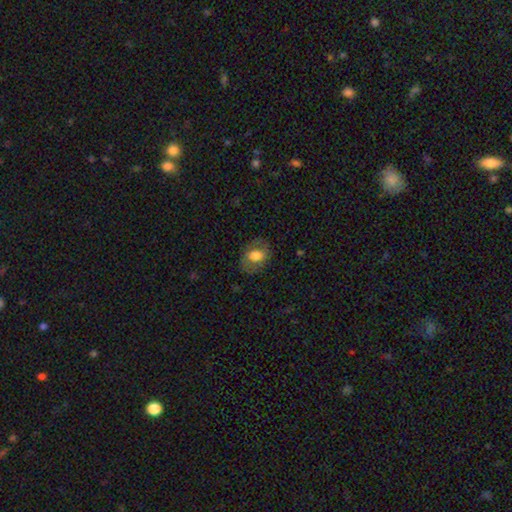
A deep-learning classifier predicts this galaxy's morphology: smooth 68%, featured or disk 24%, star or artifact 8%. Down the decision tree: how rounded — in between (67%); merging — none (77%).